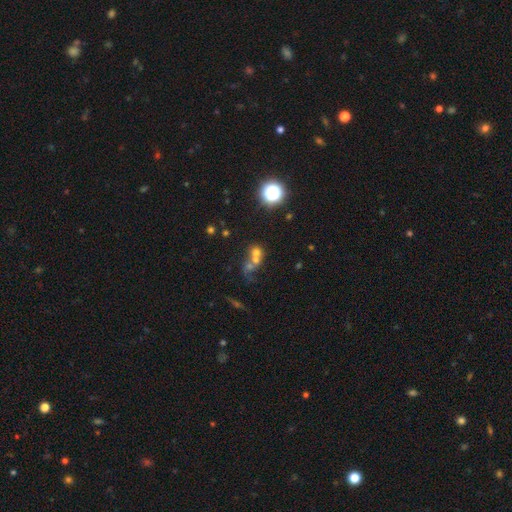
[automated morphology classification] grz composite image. It shows a smooth galaxy with no disk features (54%) that is round (75%). Merging: merger (62%).